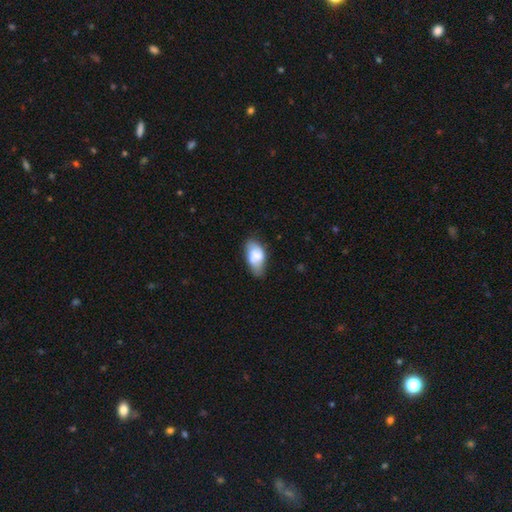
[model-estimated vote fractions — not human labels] The model was most divided on "merging": none: 49%, minor disturbance: 34%, major disturbance: 11%, merger: 6%. More confident: how rounded — in between (92%); smooth or featured — smooth (67%).